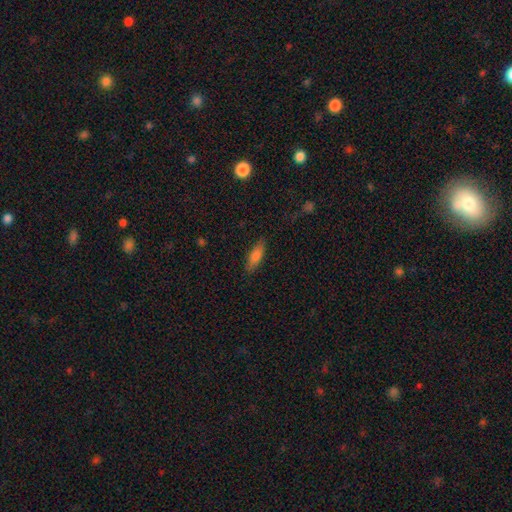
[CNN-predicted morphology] smooth-or-featured: smooth: 80% | featured or disk: 13% | star or artifact: 8%
  how-rounded: in between: 58% | cigar-shaped: 40% | round: 2%
  merging: none: 85% | minor disturbance: 11% | major disturbance: 3% | merger: 1%